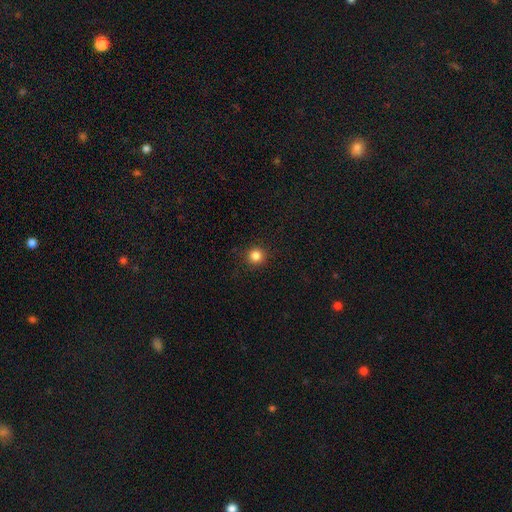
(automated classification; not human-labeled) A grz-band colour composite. It shows a smooth galaxy with no disk features (83%) that is round (95%). Merging: none (91%).